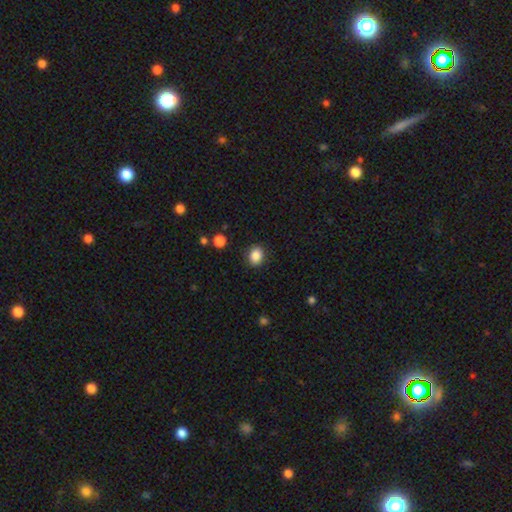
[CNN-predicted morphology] Smooth or featured: smooth — 87% (star or artifact — 9%)
How rounded: round — 54% (in between — 45%)
Merging: none — 89% (minor disturbance — 8%)